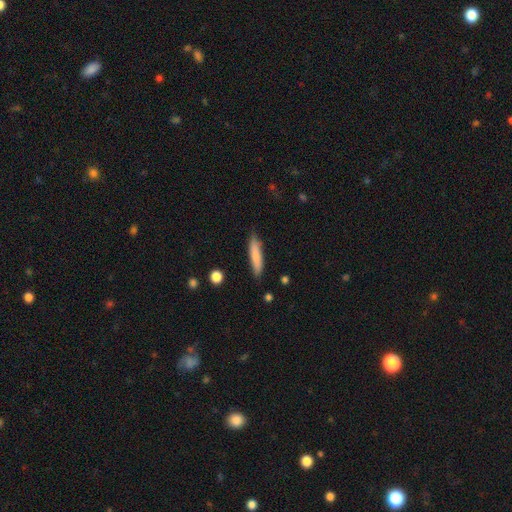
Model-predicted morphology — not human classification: Smooth or featured? smooth (79%)
How rounded? cigar-shaped (84%)
Merging? none (84%)